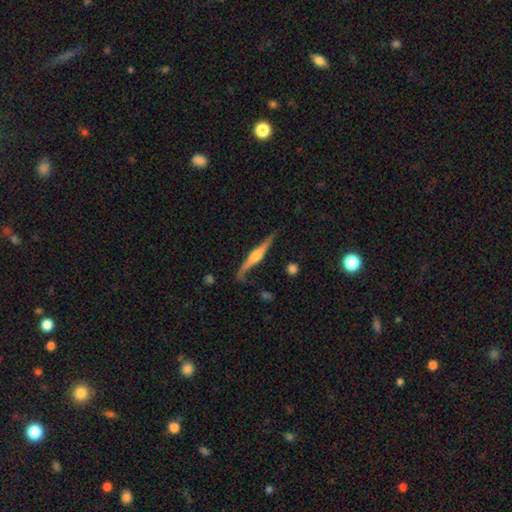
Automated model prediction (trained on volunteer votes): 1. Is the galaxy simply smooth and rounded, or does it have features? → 75% featured or disk, 20% smooth, 5% star or artifact.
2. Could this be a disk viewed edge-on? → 95% yes, 5% no.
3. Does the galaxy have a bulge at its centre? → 83% rounded, 11% boxy, 6% none.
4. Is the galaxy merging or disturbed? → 75% none, 18% minor disturbance, 4% major disturbance, 3% merger.